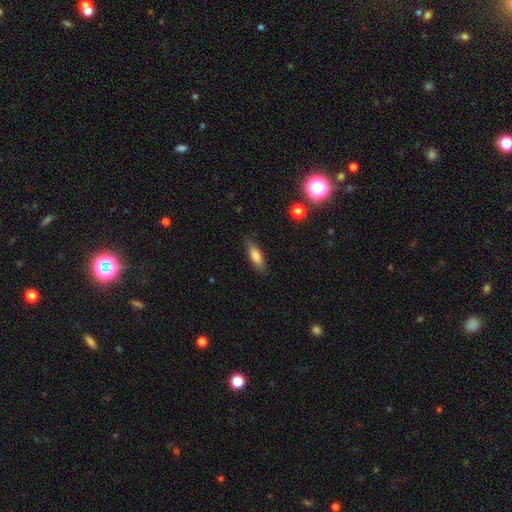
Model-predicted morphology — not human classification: smooth-or-featured: smooth: 77% | featured or disk: 15% | star or artifact: 7%
  how-rounded: in between: 50% | cigar-shaped: 47% | round: 2%
  merging: none: 83% | minor disturbance: 13% | major disturbance: 3% | merger: 1%